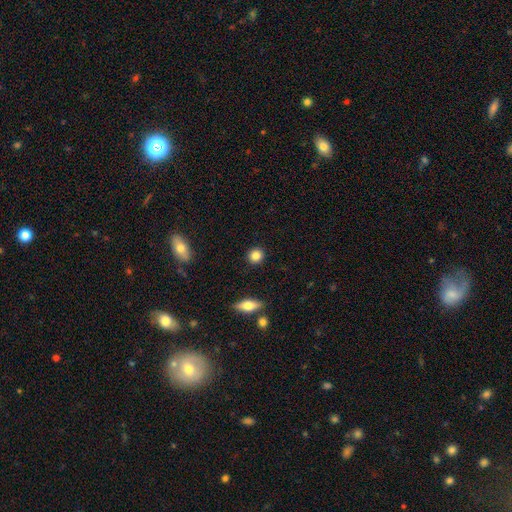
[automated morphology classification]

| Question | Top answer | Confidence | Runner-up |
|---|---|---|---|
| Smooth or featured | smooth | 85% | star or artifact (9%) |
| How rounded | round | 88% | in between (10%) |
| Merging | none | 91% | minor disturbance (6%) |